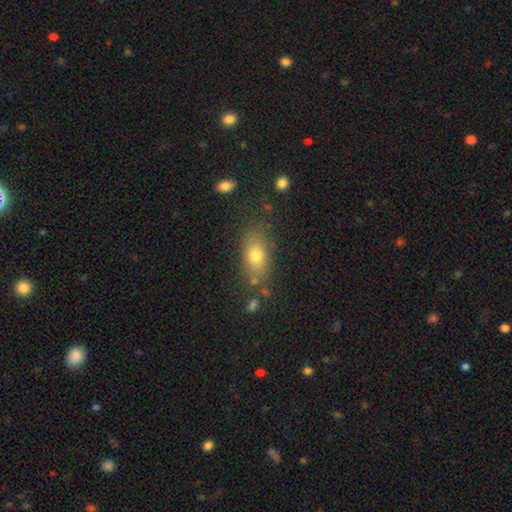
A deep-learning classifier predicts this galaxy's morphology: A smooth galaxy with no disk features (75%) that is in between round and cigar-shaped (80%).

Vote fractions:
- Smooth or featured? smooth: 75% / featured or disk: 15% / star or artifact: 10%
- How rounded? in between: 80% / round: 14% / cigar-shaped: 6%
- Merging? none: 73% / minor disturbance: 16% / major disturbance: 6% / merger: 5%